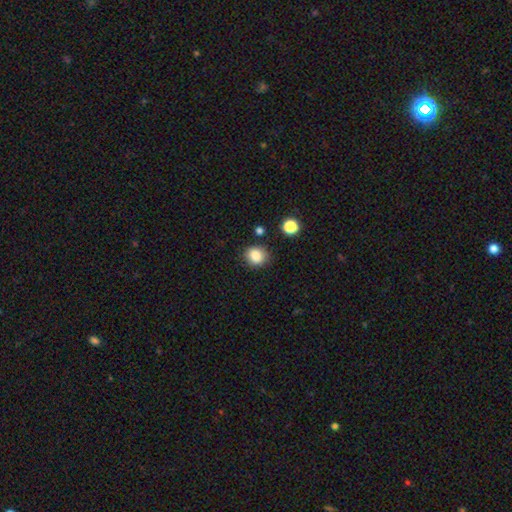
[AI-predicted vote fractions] This appears to be a smooth galaxy with no disk features (85%) that is round (73%). Merging: none (81%).